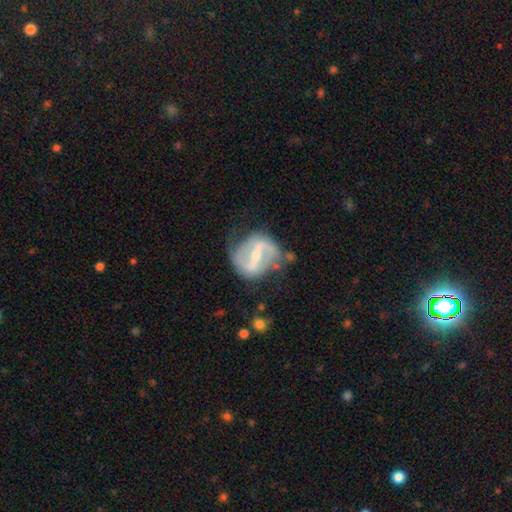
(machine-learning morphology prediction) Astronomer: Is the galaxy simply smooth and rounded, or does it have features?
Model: featured or disk — 82%.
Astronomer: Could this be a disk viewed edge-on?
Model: no — 96%.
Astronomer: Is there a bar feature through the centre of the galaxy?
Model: strong — 65%.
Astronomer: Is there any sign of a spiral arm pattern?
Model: yes — 77%.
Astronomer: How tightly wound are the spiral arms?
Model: medium — 41% (runner-up: loose, 38%).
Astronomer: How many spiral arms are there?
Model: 2 — 83%.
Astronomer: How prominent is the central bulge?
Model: small — 55% (runner-up: moderate, 40%).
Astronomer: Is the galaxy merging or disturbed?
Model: none — 60%.